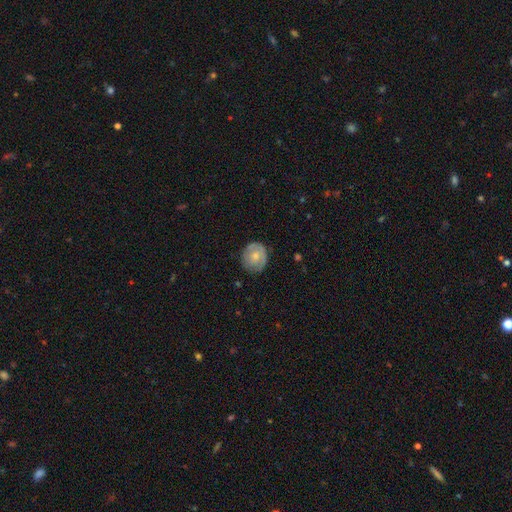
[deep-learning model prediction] The model was most divided on "smooth or featured": smooth: 56%, featured or disk: 38%, star or artifact: 6%. More confident: how rounded — round (79%); merging — none (73%).